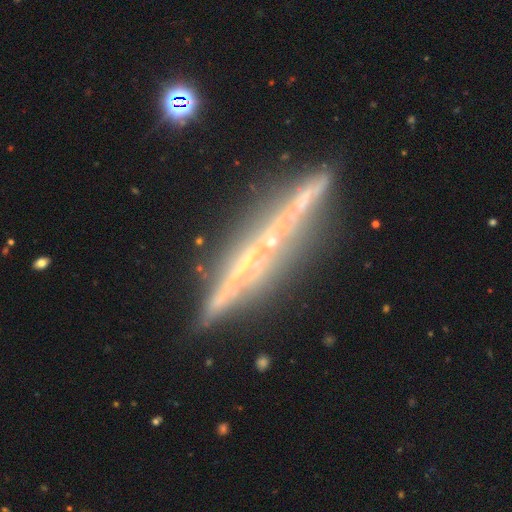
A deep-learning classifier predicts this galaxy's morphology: This appears to be a featured or disk galaxy (82%) viewed edge-on (96%) with no central bulge (54%). Merging: none (82%).